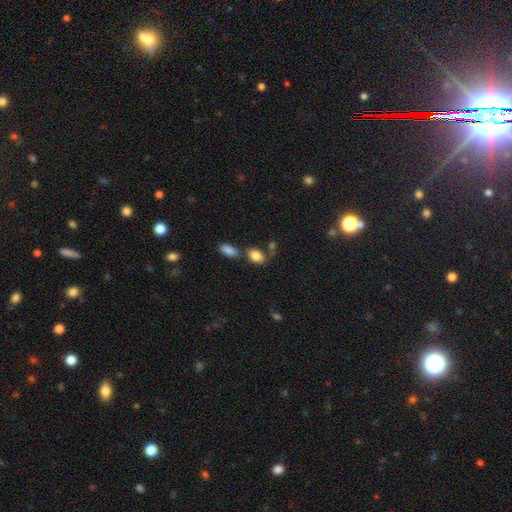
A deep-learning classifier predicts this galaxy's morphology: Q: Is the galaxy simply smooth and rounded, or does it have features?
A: smooth — 85%.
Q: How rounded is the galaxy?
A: in between — 85%.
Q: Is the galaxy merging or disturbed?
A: none — 60%.